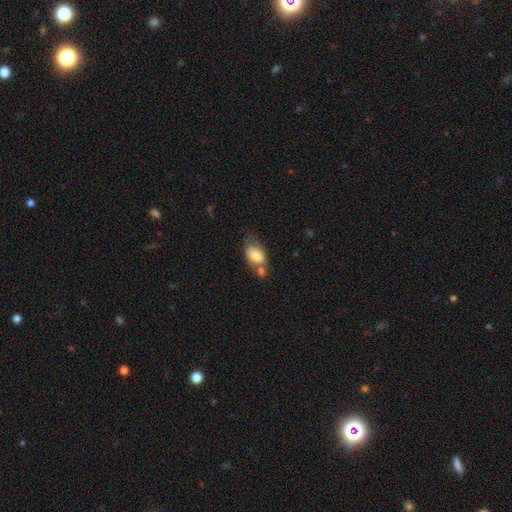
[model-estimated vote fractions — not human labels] The model was most divided on "merging": none: 39%, merger: 33%, minor disturbance: 20%, major disturbance: 8%. More confident: how rounded — in between (89%); smooth or featured — smooth (77%).